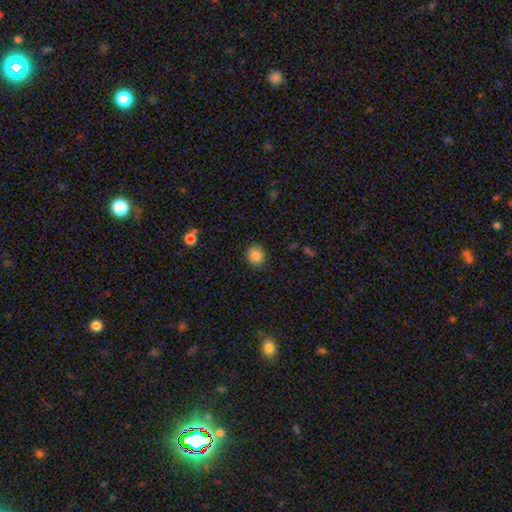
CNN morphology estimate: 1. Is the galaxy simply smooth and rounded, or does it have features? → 85% smooth, 10% star or artifact, 6% featured or disk.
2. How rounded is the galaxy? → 69% round, 30% in between, 1% cigar-shaped.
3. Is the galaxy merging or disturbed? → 87% none, 9% minor disturbance, 2% major disturbance, 1% merger.